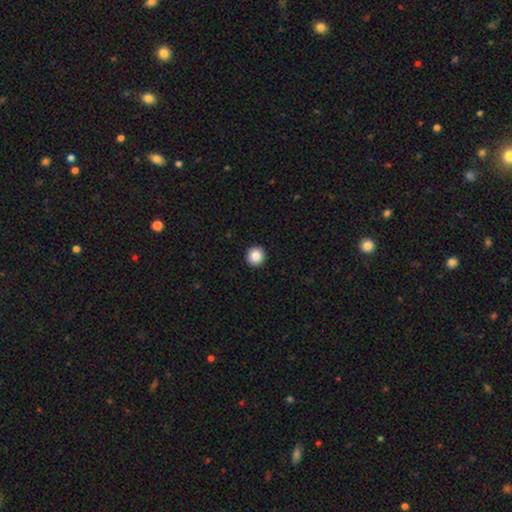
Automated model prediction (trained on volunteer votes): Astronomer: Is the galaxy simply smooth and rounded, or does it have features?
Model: smooth — 85%.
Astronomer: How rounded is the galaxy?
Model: round — 93%.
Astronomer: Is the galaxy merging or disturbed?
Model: none — 93%.